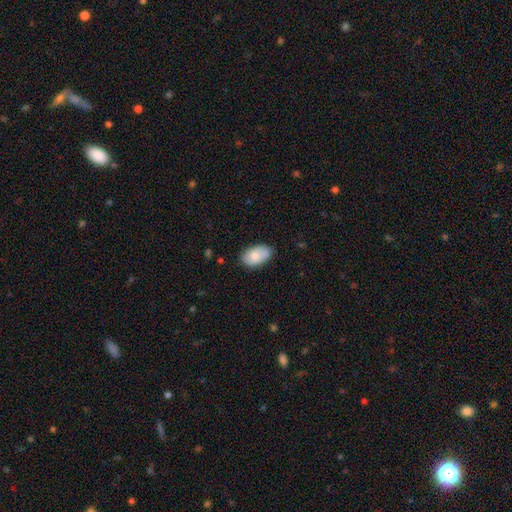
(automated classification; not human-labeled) Overall: smooth (72%). How rounded: in between (92%). Merging: none (73%).